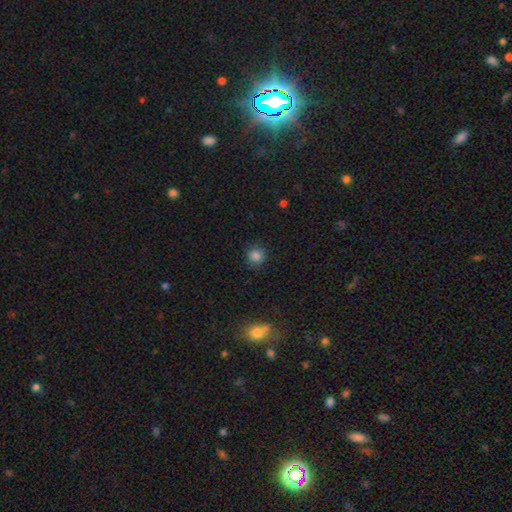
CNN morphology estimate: This appears to be a smooth galaxy with no disk features (84%) that is round (92%). Merging: none (87%).